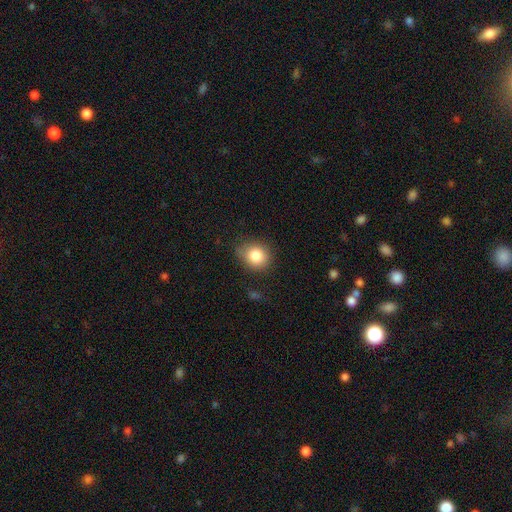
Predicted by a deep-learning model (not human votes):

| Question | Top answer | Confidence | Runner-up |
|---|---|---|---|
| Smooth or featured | smooth | 84% | star or artifact (9%) |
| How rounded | round | 72% | in between (27%) |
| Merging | none | 76% | minor disturbance (19%) |